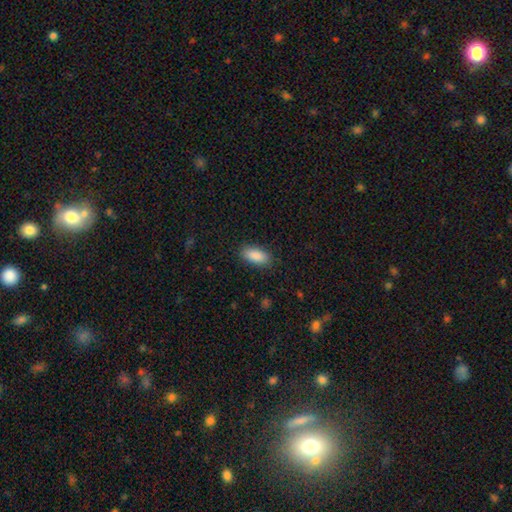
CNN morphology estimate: A smooth galaxy with no disk features (89%) that is in between round and cigar-shaped (88%). Merging: none (87%).